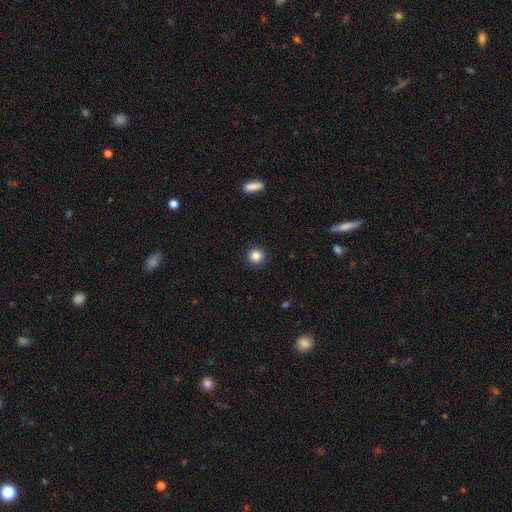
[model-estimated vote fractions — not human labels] A smooth galaxy with no disk features (86%) that is round (94%). Merging: none (92%).